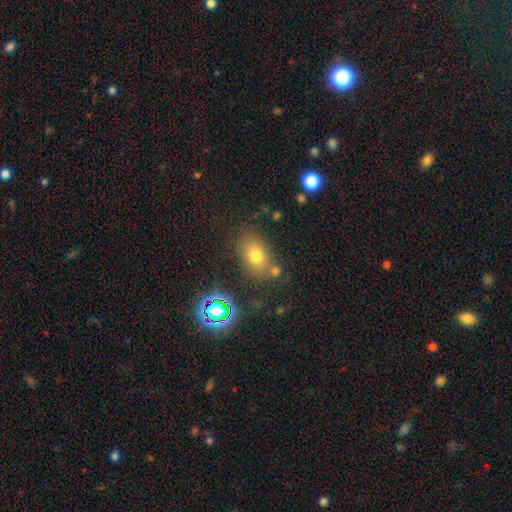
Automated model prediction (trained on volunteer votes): This appears to be a smooth galaxy with no disk features (69%) that is in between round and cigar-shaped (73%). Merging: none (72%).